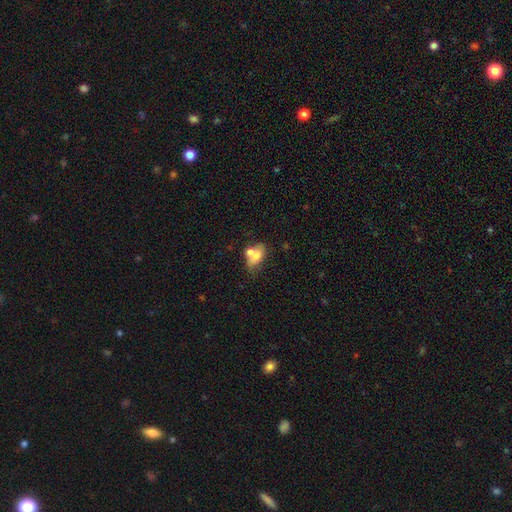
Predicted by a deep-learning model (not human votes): Smooth or featured?
  - smooth: 65% *
  - featured or disk: 25%
  - star or artifact: 10%
How rounded?
  - in between: 79% *
  - round: 17%
  - cigar-shaped: 4%
Merging?
  - merger: 43% *
  - none: 32%
  - minor disturbance: 16%
  - major disturbance: 9%